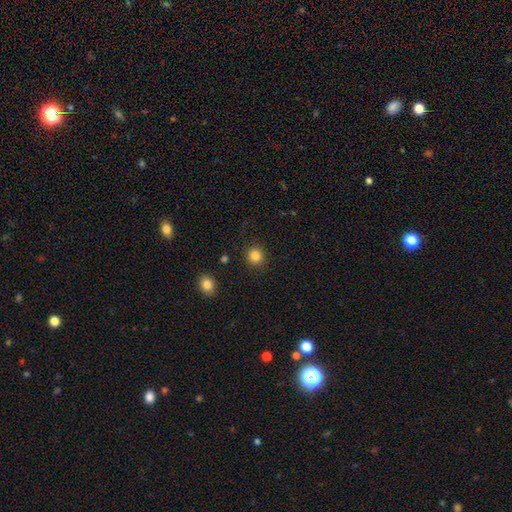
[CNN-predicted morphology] A smooth galaxy with no disk features (85%) that is round (91%). Merging: none (89%).